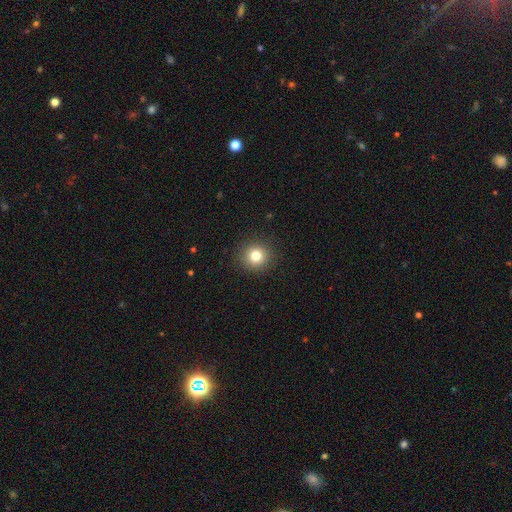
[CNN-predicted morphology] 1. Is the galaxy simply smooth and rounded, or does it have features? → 80% smooth, 13% star or artifact, 7% featured or disk.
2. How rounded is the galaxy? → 94% round, 6% in between, 1% cigar-shaped.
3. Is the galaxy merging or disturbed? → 91% none, 5% minor disturbance, 2% major disturbance, 1% merger.